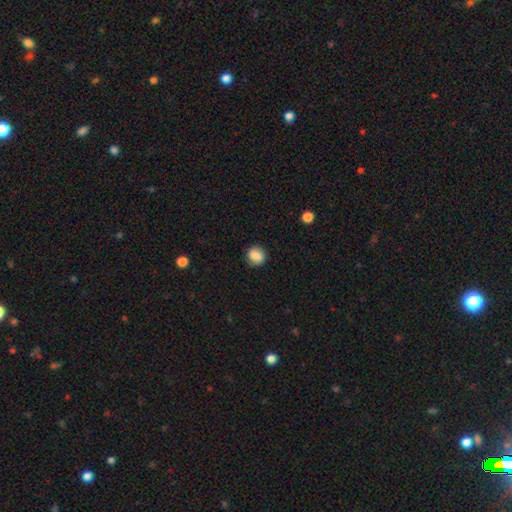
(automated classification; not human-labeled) A smooth galaxy with no disk features (84%) that is round (74%).

Vote fractions:
- Smooth or featured? smooth: 84% / star or artifact: 9% / featured or disk: 7%
- How rounded? round: 74% / in between: 25% / cigar-shaped: 1%
- Merging? none: 84% / minor disturbance: 11% / major disturbance: 3% / merger: 1%